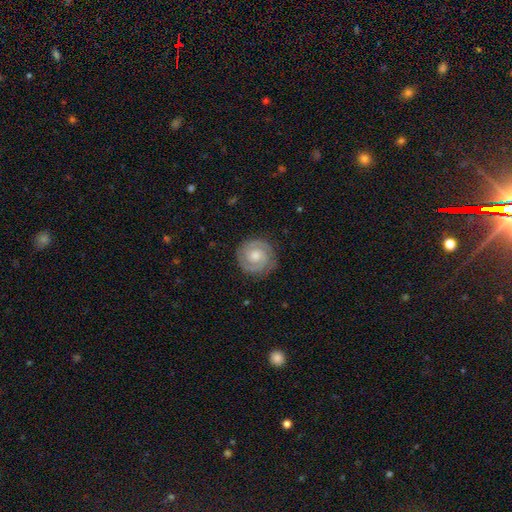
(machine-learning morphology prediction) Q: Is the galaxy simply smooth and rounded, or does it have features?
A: featured or disk — 87%.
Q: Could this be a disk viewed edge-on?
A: no — 98%.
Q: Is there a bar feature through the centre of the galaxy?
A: no — 63%.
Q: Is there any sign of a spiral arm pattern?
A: yes — 98%.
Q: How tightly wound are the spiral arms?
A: tight — 73%.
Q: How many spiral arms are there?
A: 2 — 91%.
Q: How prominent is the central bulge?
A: moderate — 51%.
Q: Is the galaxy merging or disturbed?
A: none — 86%.